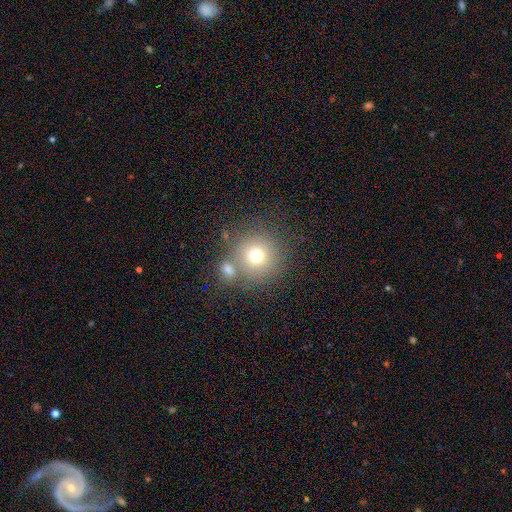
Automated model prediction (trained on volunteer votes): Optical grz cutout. It shows a smooth galaxy with no disk features (72%) that is round (94%). Merging: none (64%).